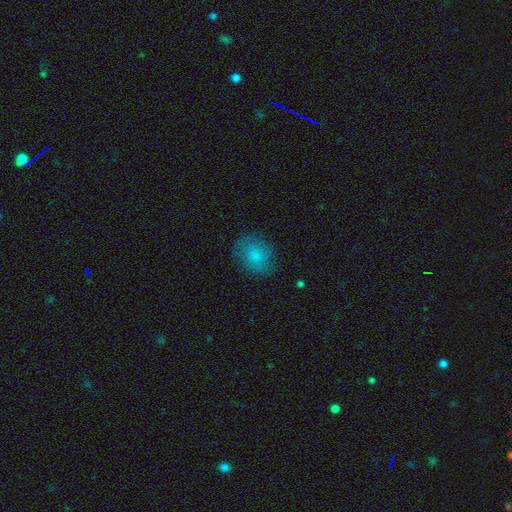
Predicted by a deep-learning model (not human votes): Smooth or featured? smooth (65%)
How rounded? in between (50%)
Merging? none (75%)